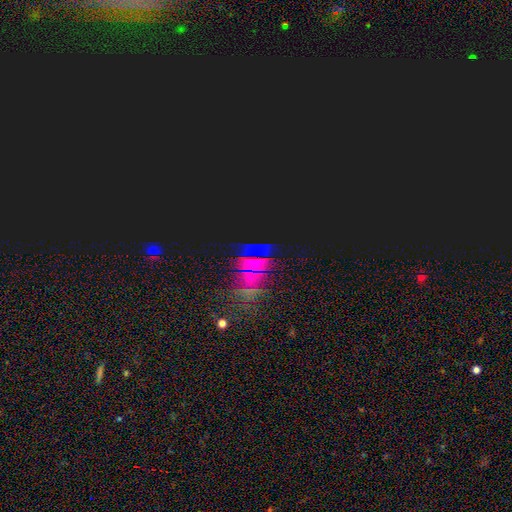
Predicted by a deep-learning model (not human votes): Overall: star or artifact (72%).